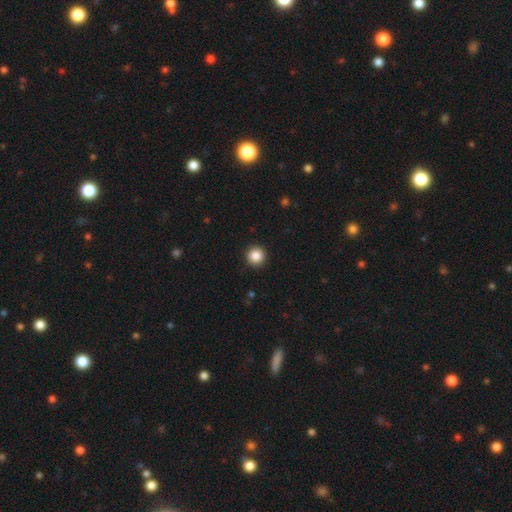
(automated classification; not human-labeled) Morphology: type=smooth (87%); roundness=round (96%); merging=none (93%).